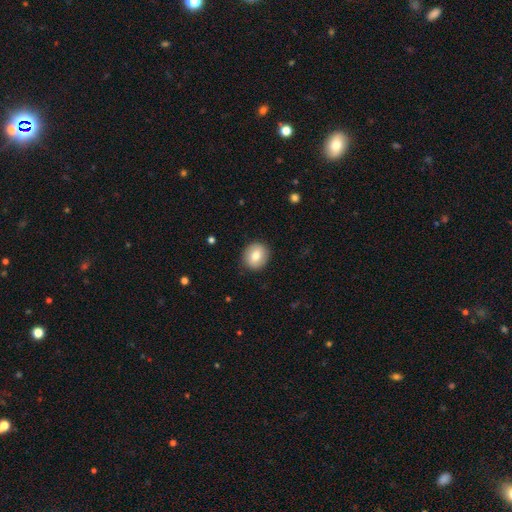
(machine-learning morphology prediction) Smooth or featured? smooth (78%)
How rounded? round (76%)
Merging? none (89%)